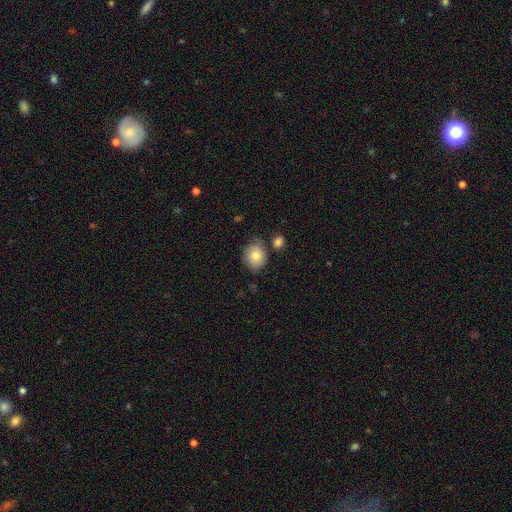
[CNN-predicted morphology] Smooth or featured? Predicted: smooth (p=0.81). How rounded? Predicted: round (p=0.63). Merging? Predicted: none (p=0.68).